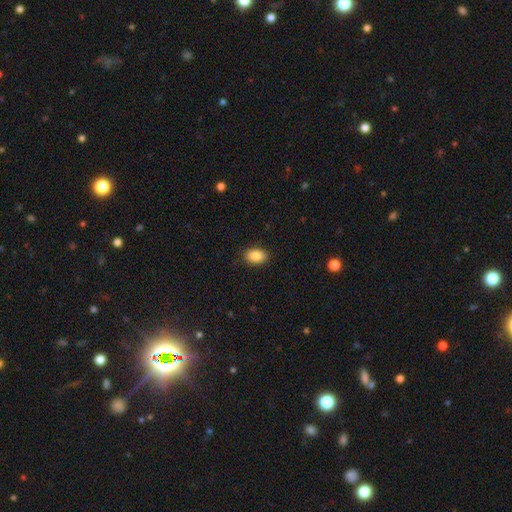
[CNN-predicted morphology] The model was most divided on "how rounded": in between: 87%, round: 11%, cigar-shaped: 1%. More confident: merging — none (88%); smooth or featured — smooth (87%).